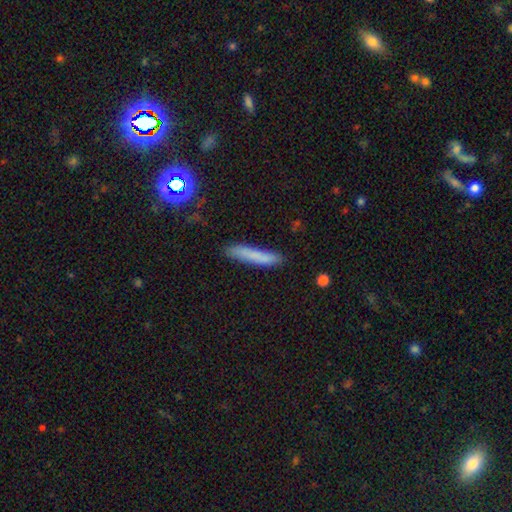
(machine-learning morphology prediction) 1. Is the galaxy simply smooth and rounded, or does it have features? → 76% smooth, 15% featured or disk, 9% star or artifact.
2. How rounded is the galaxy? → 92% cigar-shaped, 7% in between, 1% round.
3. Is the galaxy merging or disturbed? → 80% none, 15% minor disturbance, 3% major disturbance, 2% merger.